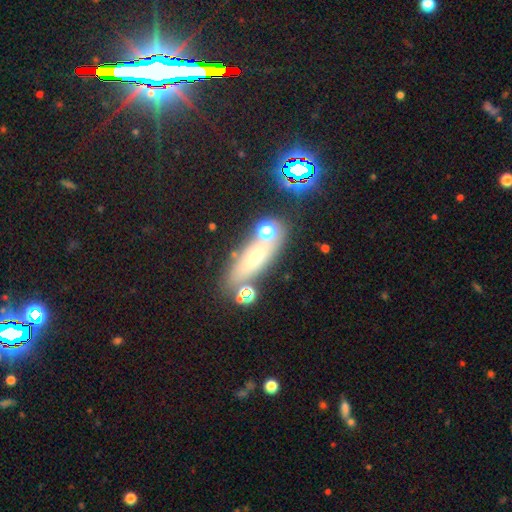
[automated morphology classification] Q: Smooth or featured?
A: smooth (49%); runner-up: featured or disk (30%)
Q: Merging?
A: none (69%); runner-up: minor disturbance (13%)